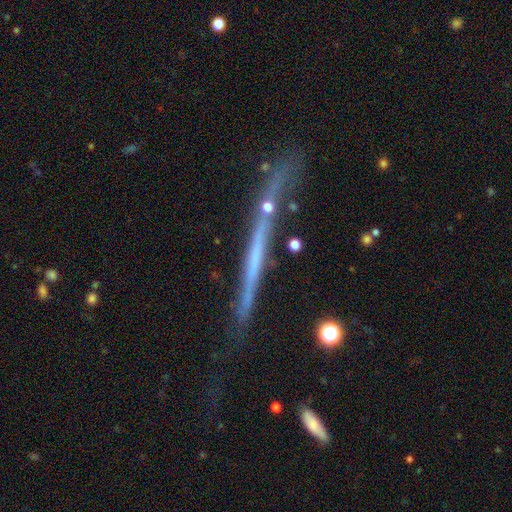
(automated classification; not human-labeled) Smooth or featured? Predicted: featured or disk (p=0.64). Edge-on disk? Predicted: yes (p=0.94). Edge-on bulge? Predicted: none (p=0.85). Merging? Predicted: none (p=0.66).